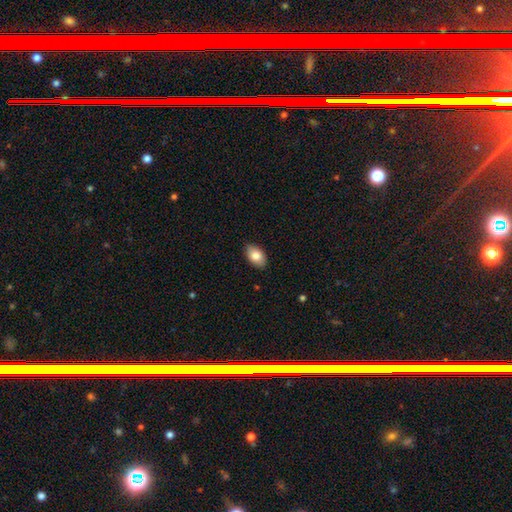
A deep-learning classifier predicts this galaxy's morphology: Smooth or featured? Predicted: smooth (p=0.84). How rounded? Predicted: in between (p=0.91). Merging? Predicted: none (p=0.87).